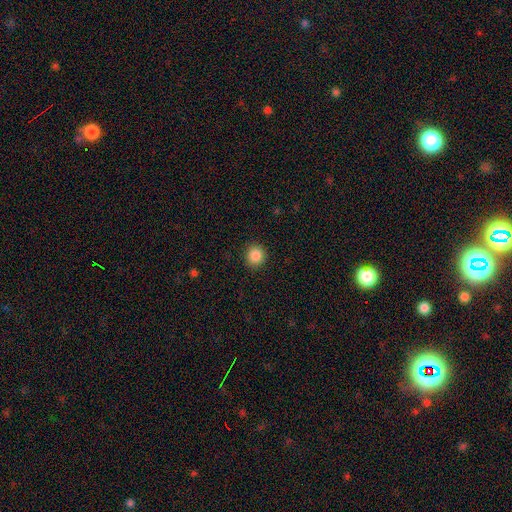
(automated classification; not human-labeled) Smooth or featured: smooth — 87% (star or artifact — 10%)
How rounded: round — 91% (in between — 8%)
Merging: none — 91% (minor disturbance — 6%)